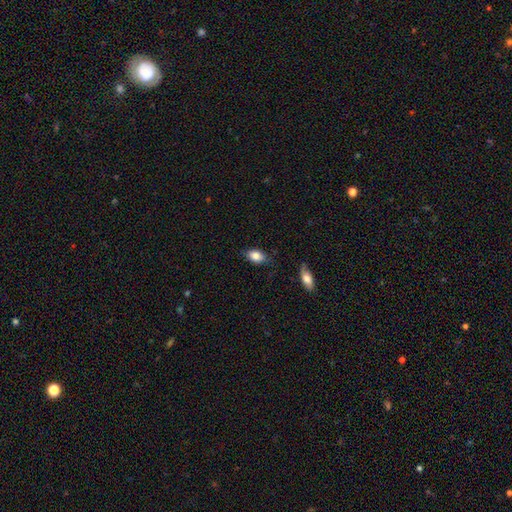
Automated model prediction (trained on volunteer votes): Smooth or featured: smooth — 81% (featured or disk — 11%)
How rounded: in between — 87% (round — 10%)
Merging: none — 79% (minor disturbance — 16%)